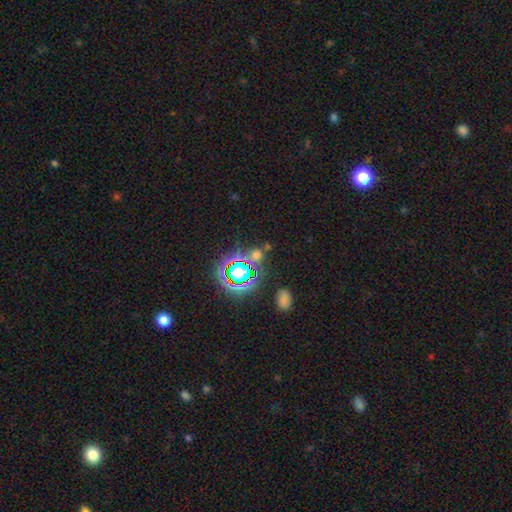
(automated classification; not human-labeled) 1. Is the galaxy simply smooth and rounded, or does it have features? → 53% star or artifact, 38% smooth, 10% featured or disk.